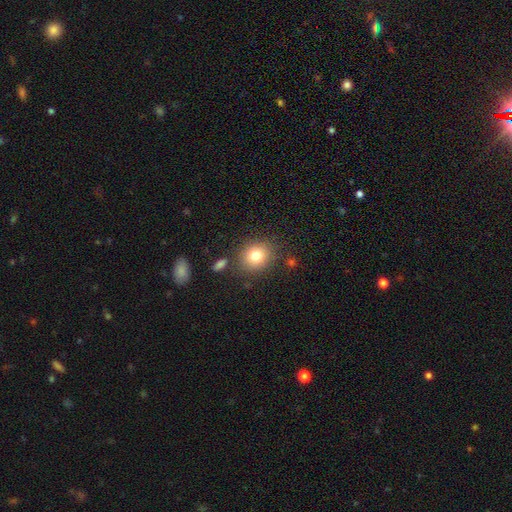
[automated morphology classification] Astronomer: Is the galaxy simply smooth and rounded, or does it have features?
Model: smooth — 81%.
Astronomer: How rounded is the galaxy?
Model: round — 75%.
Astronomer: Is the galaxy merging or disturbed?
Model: none — 82%.